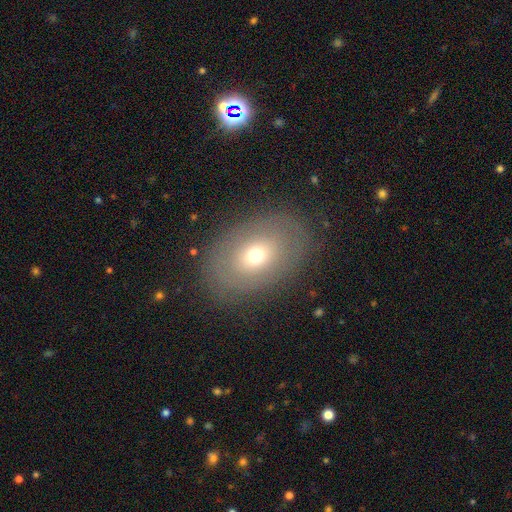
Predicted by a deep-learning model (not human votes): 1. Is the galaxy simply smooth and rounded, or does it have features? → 56% smooth, 32% featured or disk, 12% star or artifact.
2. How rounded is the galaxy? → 75% in between, 24% round, 1% cigar-shaped.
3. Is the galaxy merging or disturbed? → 81% none, 12% minor disturbance, 6% major disturbance, 1% merger.